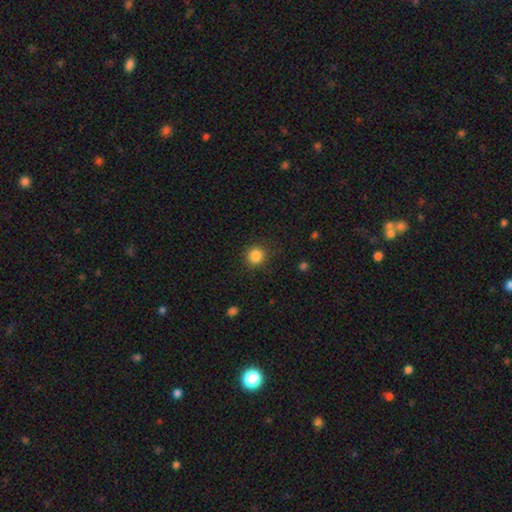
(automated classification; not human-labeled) A smooth galaxy with no disk features (85%) that is round (90%). Merging: none (88%).